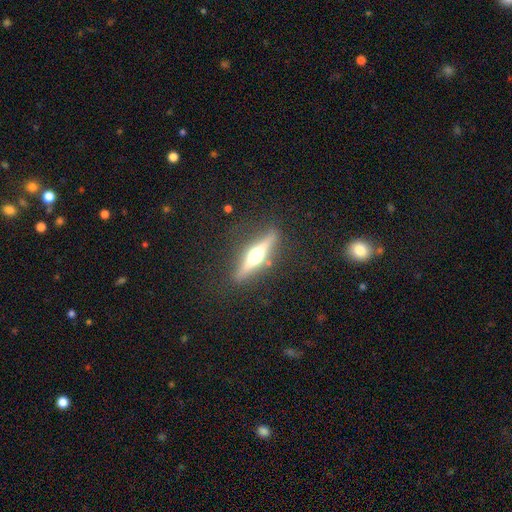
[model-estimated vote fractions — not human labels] Q: Smooth or featured?
A: featured or disk (78%); runner-up: smooth (16%)
Q: Edge-on disk?
A: yes (97%); runner-up: no (3%)
Q: Edge-on bulge?
A: rounded (96%); runner-up: boxy (3%)
Q: Merging?
A: none (86%); runner-up: minor disturbance (9%)